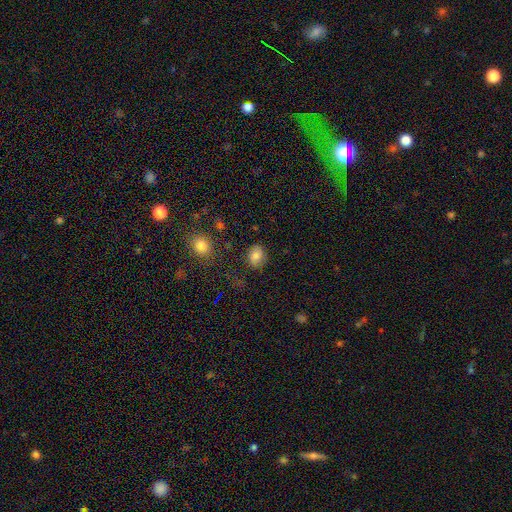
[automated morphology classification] Q: Smooth or featured?
A: smooth (81%); runner-up: star or artifact (11%)
Q: How rounded?
A: in between (52%); runner-up: round (47%)
Q: Merging?
A: none (80%); runner-up: minor disturbance (14%)